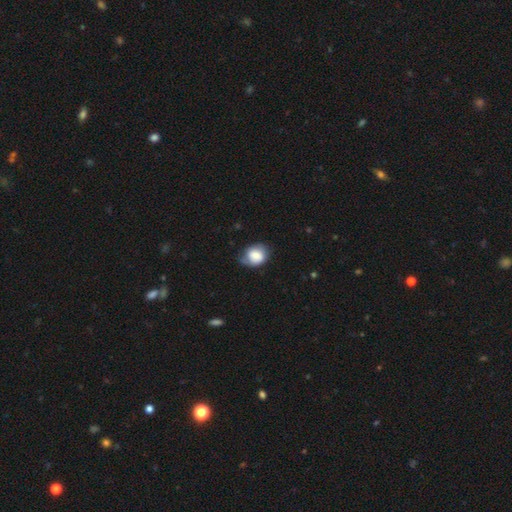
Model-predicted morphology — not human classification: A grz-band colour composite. It shows a smooth galaxy with no disk features (76%) that is round (58%). Merging: none (49%).